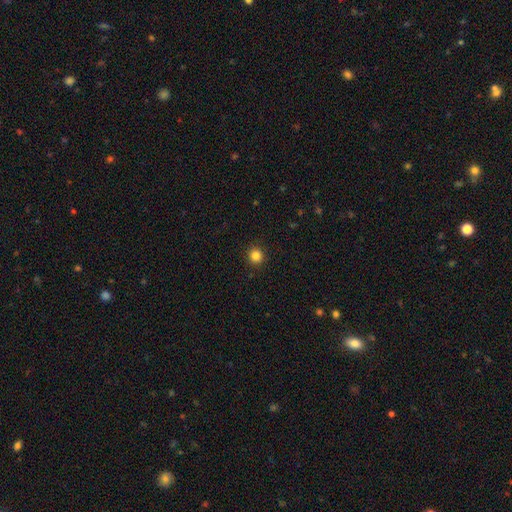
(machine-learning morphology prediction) Smooth or featured? Predicted: smooth (p=0.84). How rounded? Predicted: round (p=0.94). Merging? Predicted: none (p=0.92).